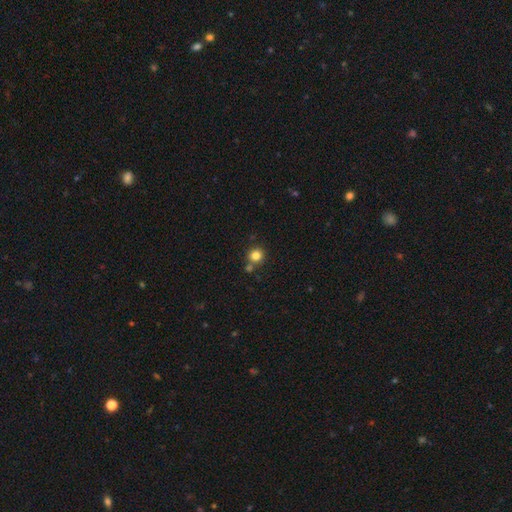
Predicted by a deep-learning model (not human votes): Smooth or featured: smooth — 82% (star or artifact — 12%)
How rounded: round — 92% (in between — 7%)
Merging: none — 73% (merger — 16%)